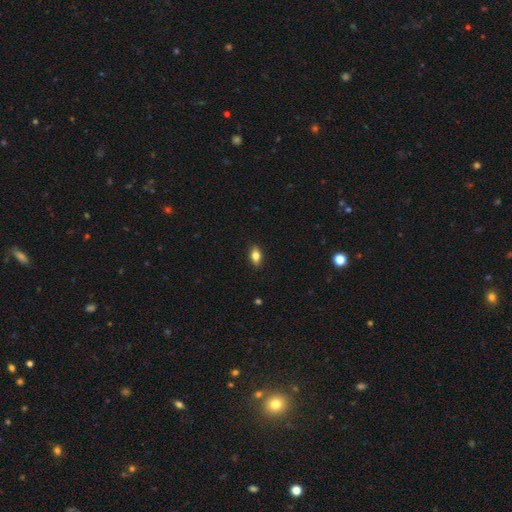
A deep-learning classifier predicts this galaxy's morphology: Smooth or featured? Predicted: smooth (p=0.77). How rounded? Predicted: in between (p=0.83). Merging? Predicted: none (p=0.88).